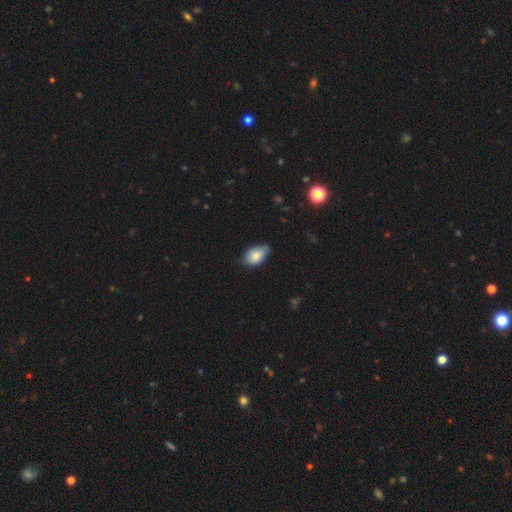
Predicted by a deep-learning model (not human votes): Smooth or featured?
  - smooth: 81% *
  - featured or disk: 12%
  - star or artifact: 7%
How rounded?
  - in between: 90% *
  - round: 8%
  - cigar-shaped: 2%
Merging?
  - none: 62% *
  - minor disturbance: 32%
  - major disturbance: 4%
  - merger: 2%